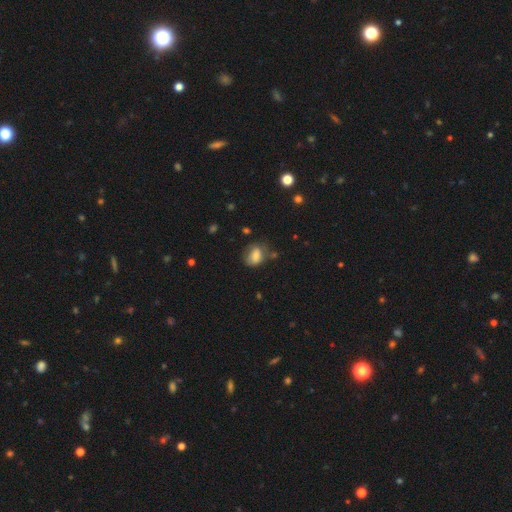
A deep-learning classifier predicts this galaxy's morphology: Smooth or featured: smooth — 75% (featured or disk — 15%)
How rounded: in between — 71% (round — 28%)
Merging: none — 50% (minor disturbance — 30%)